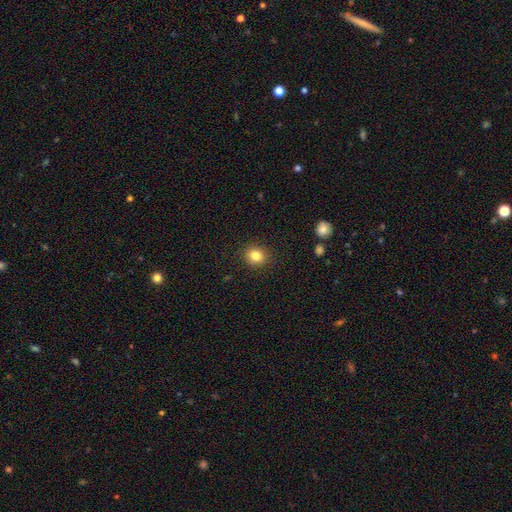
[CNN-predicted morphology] Q: Smooth or featured?
A: smooth (83%); runner-up: star or artifact (11%)
Q: How rounded?
A: round (79%); runner-up: in between (20%)
Q: Merging?
A: none (91%); runner-up: minor disturbance (6%)